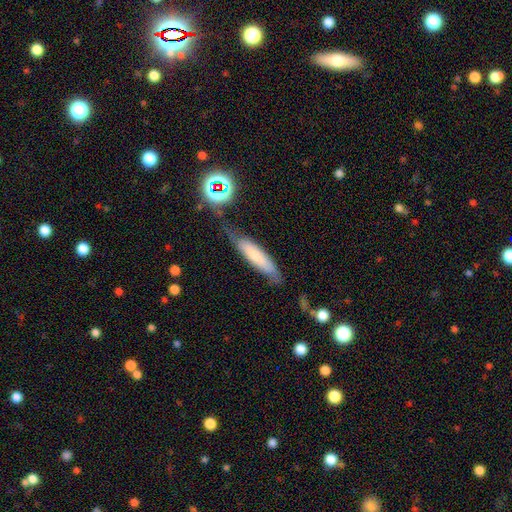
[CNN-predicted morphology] Smooth or featured? Predicted: smooth (p=0.64). How rounded? Predicted: cigar-shaped (p=0.76). Merging? Predicted: none (p=0.53).